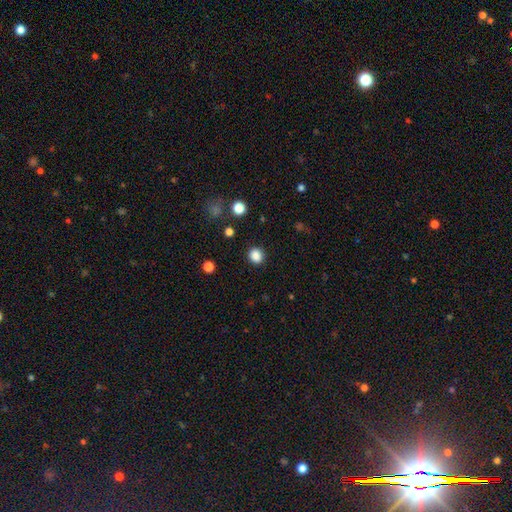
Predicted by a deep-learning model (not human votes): Morphology: type=smooth (86%); roundness=round (79%); merging=none (89%).